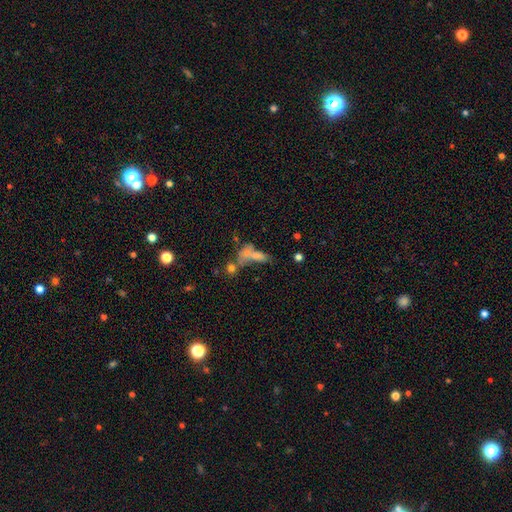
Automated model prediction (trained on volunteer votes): This is possibly a smooth galaxy (60%). How rounded: likely in between (64%). Merging: marginally merger (43%).